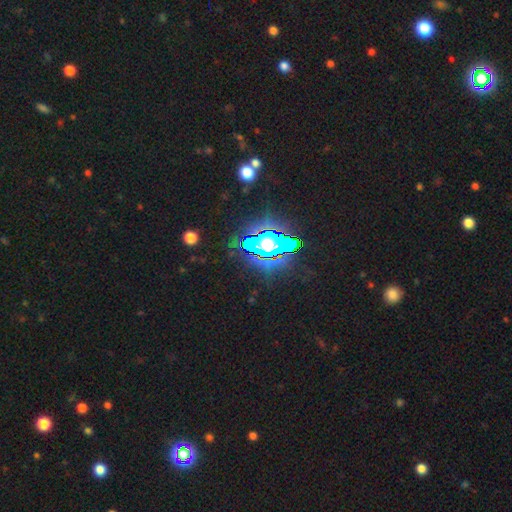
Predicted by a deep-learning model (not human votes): Smooth or featured: star or artifact — 82% (smooth — 11%)